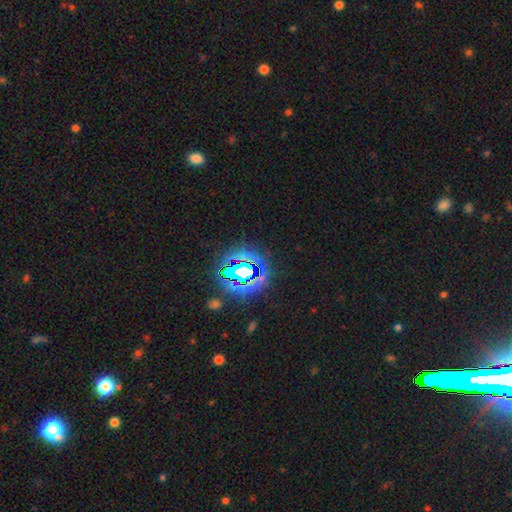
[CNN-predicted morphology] type=star or artifact (78%).